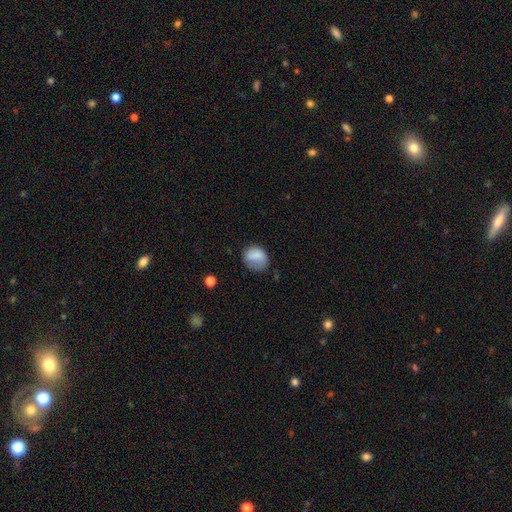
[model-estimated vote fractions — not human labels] A smooth galaxy with no disk features (79%) that is round (60%).

Vote fractions:
- Smooth or featured? smooth: 79% / featured or disk: 12% / star or artifact: 8%
- How rounded? round: 60% / in between: 39% / cigar-shaped: 1%
- Merging? none: 52% / minor disturbance: 31% / major disturbance: 15% / merger: 2%